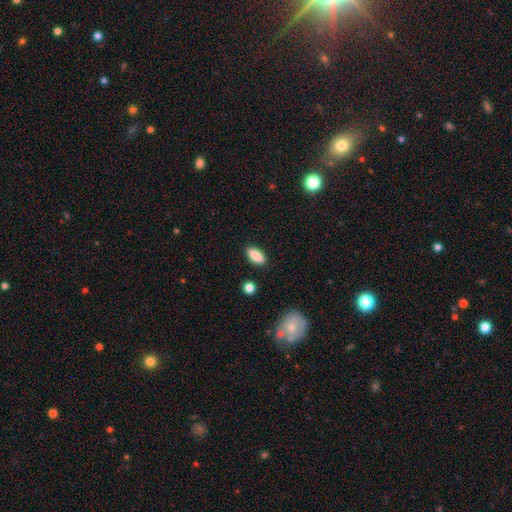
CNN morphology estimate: A smooth galaxy with no disk features (84%) that is in between round and cigar-shaped (80%).

Vote fractions:
- Smooth or featured? smooth: 84% / featured or disk: 9% / star or artifact: 7%
- How rounded? in between: 80% / cigar-shaped: 16% / round: 3%
- Merging? none: 88% / minor disturbance: 9% / major disturbance: 2% / merger: 2%